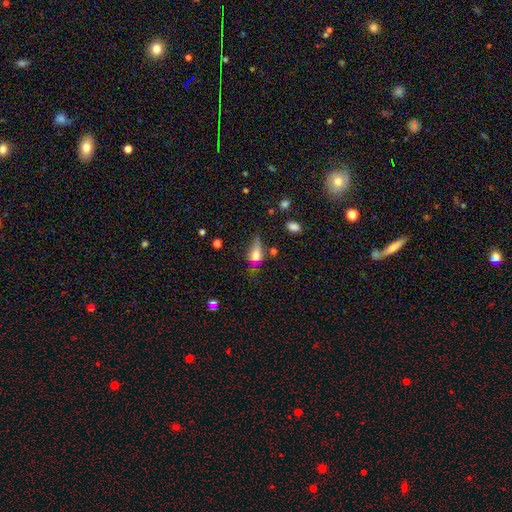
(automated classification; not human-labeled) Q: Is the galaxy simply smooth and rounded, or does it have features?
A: smooth — 49%.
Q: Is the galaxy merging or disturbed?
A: none — 59%.